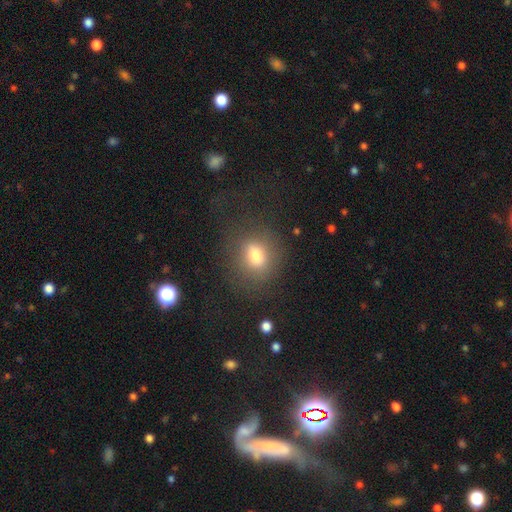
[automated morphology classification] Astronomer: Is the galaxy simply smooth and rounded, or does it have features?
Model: smooth — 73%.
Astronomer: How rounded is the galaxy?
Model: round — 49% (runner-up: in between, 48%).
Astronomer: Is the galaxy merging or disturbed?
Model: none — 68%.